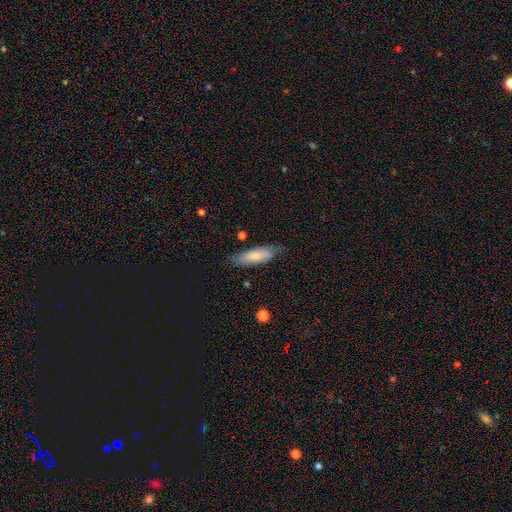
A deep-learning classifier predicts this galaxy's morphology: A smooth galaxy with no disk features (71%) that is in between round and cigar-shaped (57%).

Vote fractions:
- Smooth or featured? smooth: 71% / featured or disk: 24% / star or artifact: 6%
- How rounded? in between: 57% / cigar-shaped: 41% / round: 2%
- Merging? none: 74% / minor disturbance: 20% / major disturbance: 4% / merger: 2%